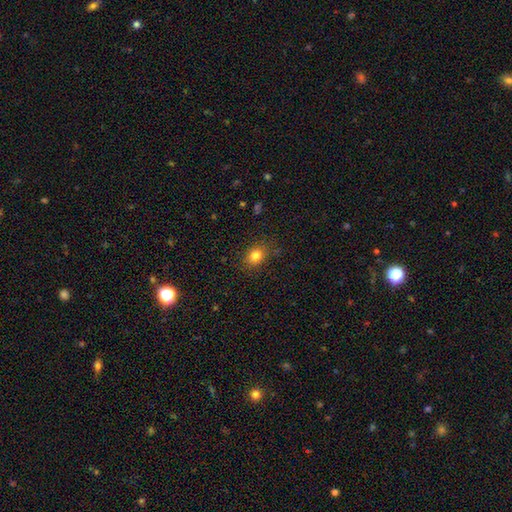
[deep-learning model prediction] Q: Smooth or featured?
A: smooth (82%); runner-up: star or artifact (12%)
Q: How rounded?
A: in between (53%); runner-up: round (46%)
Q: Merging?
A: none (83%); runner-up: minor disturbance (12%)